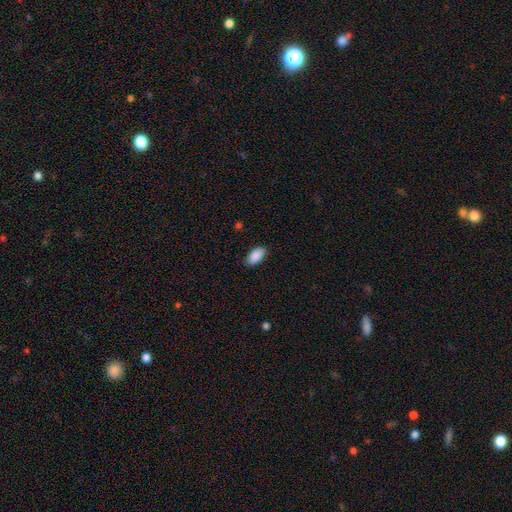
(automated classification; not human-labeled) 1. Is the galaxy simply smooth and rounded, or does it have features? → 90% smooth, 6% star or artifact, 4% featured or disk.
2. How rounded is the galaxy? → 94% in between, 4% cigar-shaped, 2% round.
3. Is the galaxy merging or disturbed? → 86% none, 10% minor disturbance, 2% major disturbance, 1% merger.